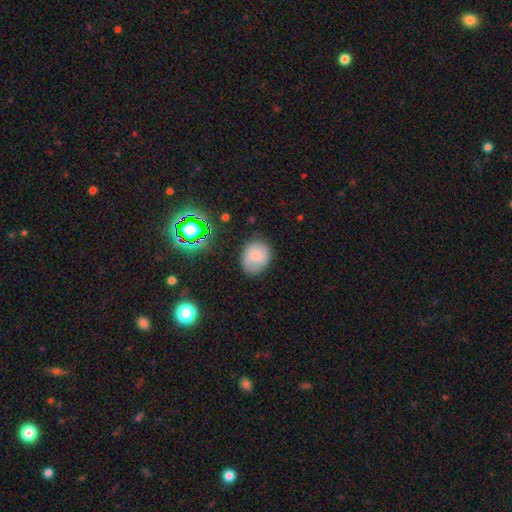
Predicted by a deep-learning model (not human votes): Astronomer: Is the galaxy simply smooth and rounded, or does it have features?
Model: smooth — 63%.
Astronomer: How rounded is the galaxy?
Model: round — 62% (runner-up: in between, 38%).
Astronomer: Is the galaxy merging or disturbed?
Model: none — 71%.